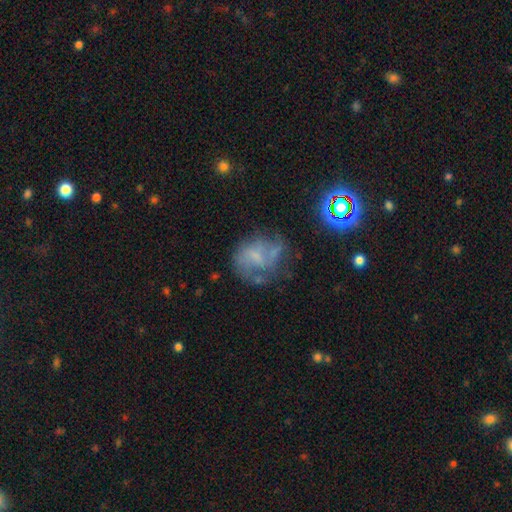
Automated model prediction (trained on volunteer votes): Smooth or featured?
  - featured or disk: 53% *
  - smooth: 32%
  - star or artifact: 16%
Edge-on disk?
  - no: 97% *
  - yes: 3%
Bar?
  - no: 57% *
  - weak: 34%
  - strong: 9%
Spiral arms?
  - yes: 58% *
  - no: 42%
Bulge size?
  - none: 46% *
  - small: 32%
  - moderate: 17%
  - large: 3%
  - dominant: 1%
Merging?
  - none: 43% *
  - major disturbance: 26%
  - minor disturbance: 24%
  - merger: 7%